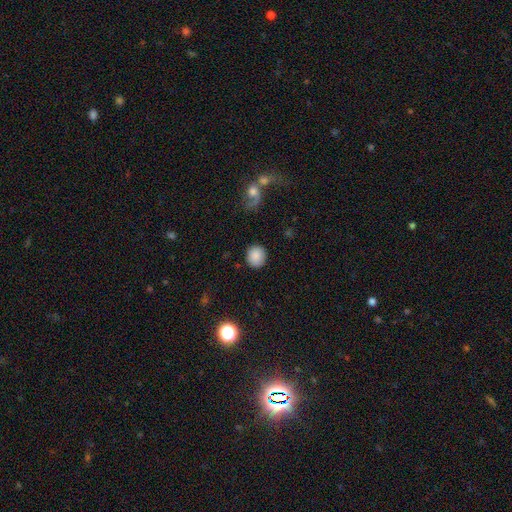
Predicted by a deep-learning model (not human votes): The model was most divided on "how rounded": round: 84%, in between: 15%, cigar-shaped: 1%. More confident: merging — none (87%); smooth or featured — smooth (86%).